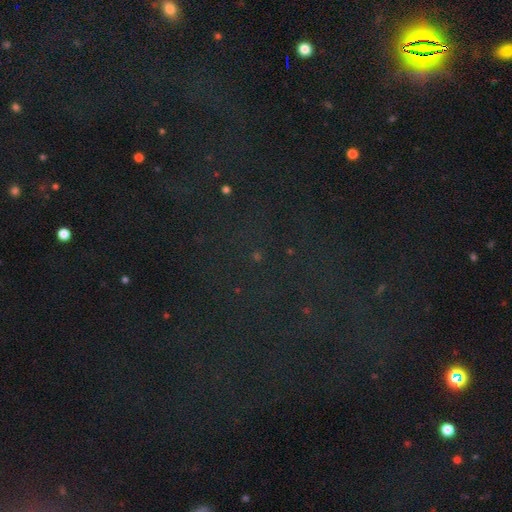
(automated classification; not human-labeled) Morphology: type=star or artifact (77%).